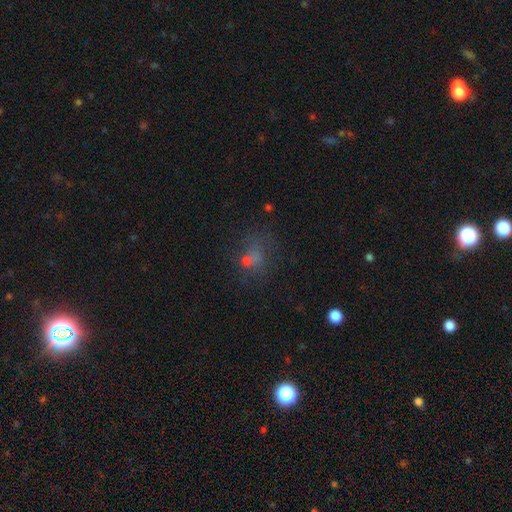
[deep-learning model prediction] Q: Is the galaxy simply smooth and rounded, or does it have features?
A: smooth — 49%.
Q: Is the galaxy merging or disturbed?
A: none — 47%.